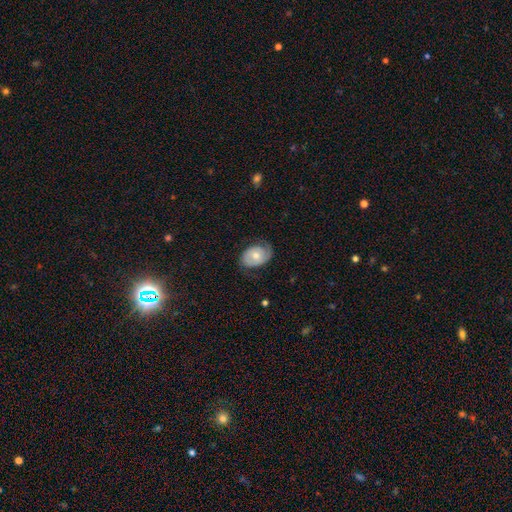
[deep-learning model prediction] Overall: featured or disk (55%; smooth 39%). Edge-on disk: no (95%). Bar: no (77%). Spiral arms: yes (76%). Bulge size: moderate (61%; small 33%). Merging: none (59%; minor disturbance 27%).